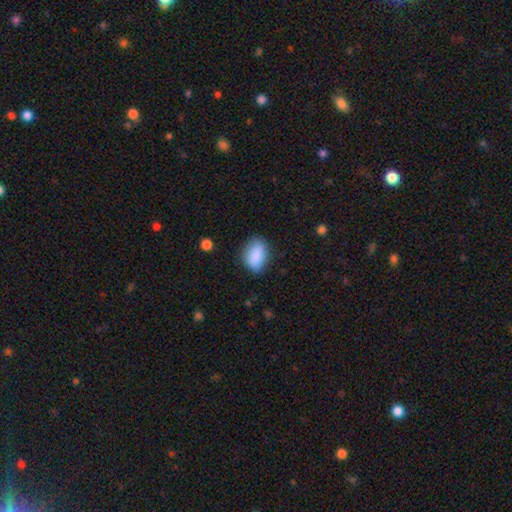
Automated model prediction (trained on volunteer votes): Smooth or featured? Predicted: smooth (p=0.88). How rounded? Predicted: in between (p=0.84). Merging? Predicted: none (p=0.77).